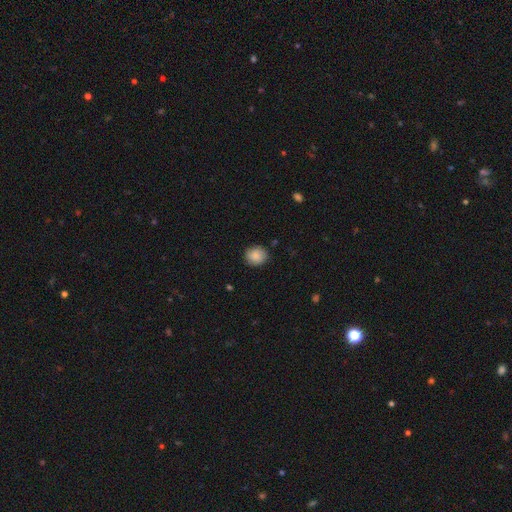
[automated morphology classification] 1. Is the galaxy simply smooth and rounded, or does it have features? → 85% smooth, 8% star or artifact, 7% featured or disk.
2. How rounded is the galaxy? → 76% round, 23% in between, 1% cigar-shaped.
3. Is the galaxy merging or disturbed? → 83% none, 13% minor disturbance, 3% major disturbance, 1% merger.